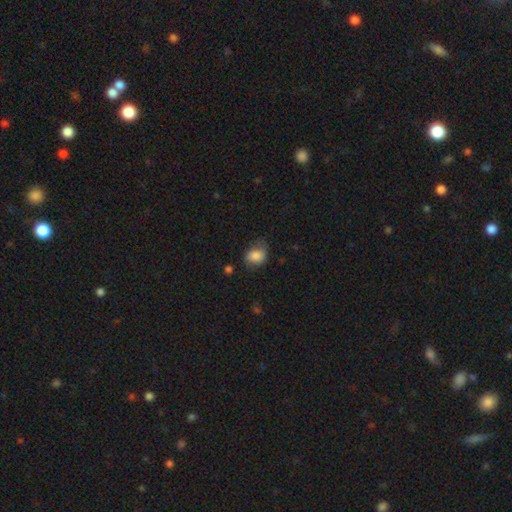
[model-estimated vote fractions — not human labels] This is clearly a smooth galaxy (82%). How rounded: likely in between (60%). Merging: possibly none (53%).